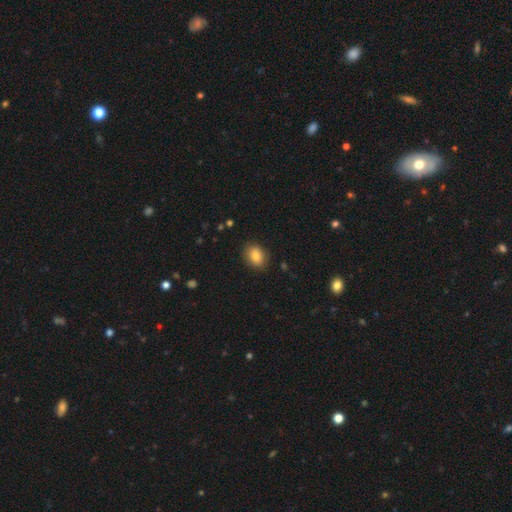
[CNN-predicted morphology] type=smooth (84%); roundness=in between (63%); merging=none (85%).